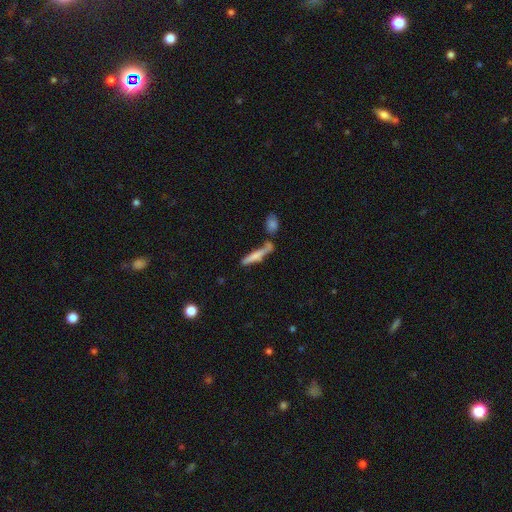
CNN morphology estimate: Q: Smooth or featured?
A: smooth (61%); runner-up: featured or disk (32%)
Q: How rounded?
A: cigar-shaped (87%); runner-up: in between (11%)
Q: Merging?
A: none (50%); runner-up: merger (29%)